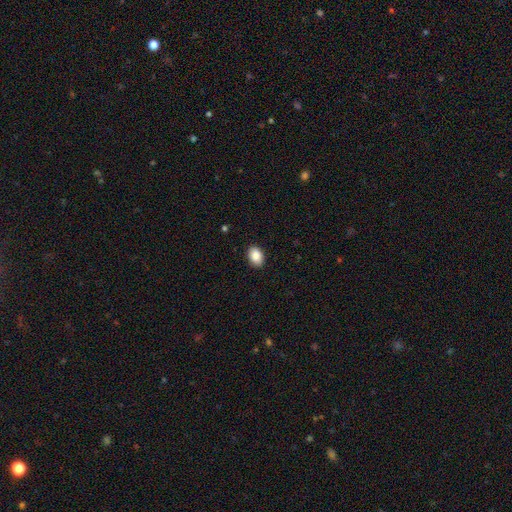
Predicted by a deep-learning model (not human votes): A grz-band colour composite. It shows a smooth galaxy with no disk features (88%) that is in between round and cigar-shaped (80%). Merging: none (89%).